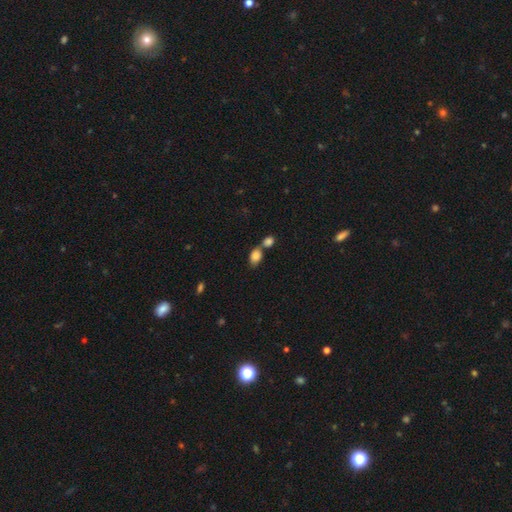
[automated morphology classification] Smooth or featured: smooth — 85% (star or artifact — 8%)
How rounded: in between — 81% (round — 17%)
Merging: merger — 50% (none — 37%)